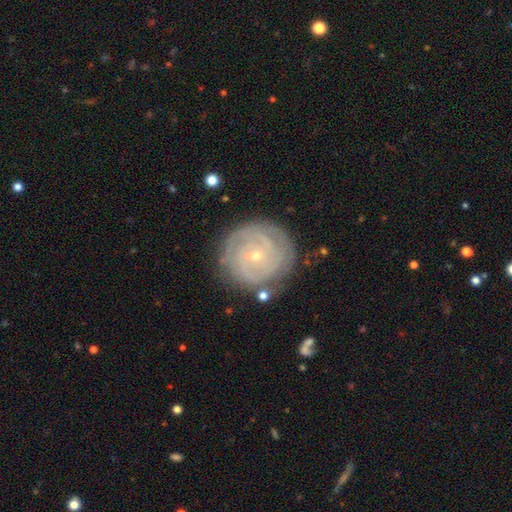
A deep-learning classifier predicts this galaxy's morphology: Overall: featured or disk (81%). Edge-on disk: no (97%). Bar: no (51%; weak 39%). Spiral arms: yes (94%). Spiral arm count: can't tell (31%; 2 27%). Spiral winding: tight (79%). Bulge size: small (83%). Merging: none (80%).